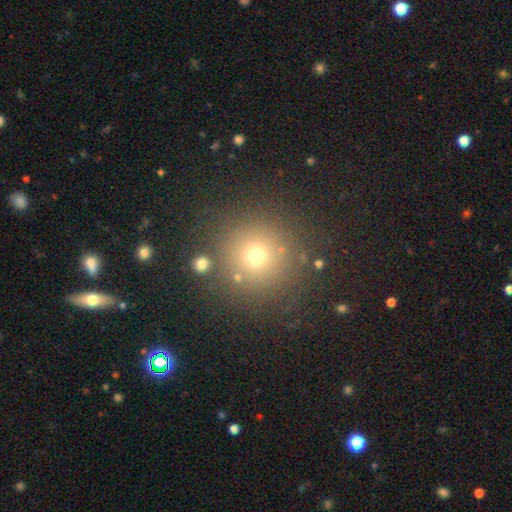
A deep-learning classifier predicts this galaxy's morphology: smooth-or-featured: smooth: 68% | star or artifact: 23% | featured or disk: 9%
  how-rounded: round: 95% | in between: 4% | cigar-shaped: 1%
  merging: none: 85% | minor disturbance: 7% | merger: 4% | major disturbance: 4%